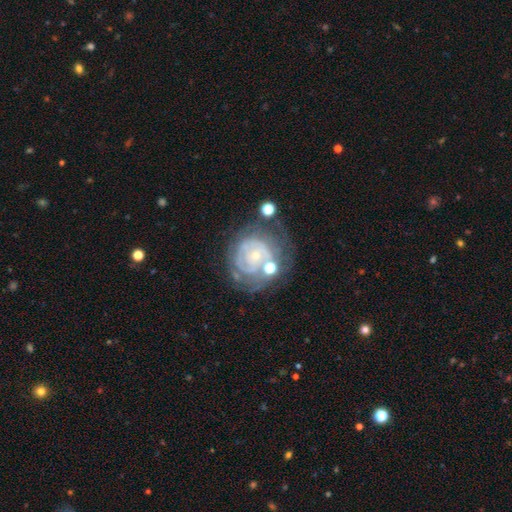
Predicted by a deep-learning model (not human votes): Overall: featured or disk (76%). Edge-on disk: no (98%). Bar: no (81%). Spiral arms: yes (82%). Spiral arm count: can't tell (48%; 2 18%). Spiral winding: tight (75%). Bulge size: small (76%). Merging: none (53%; minor disturbance 22%).